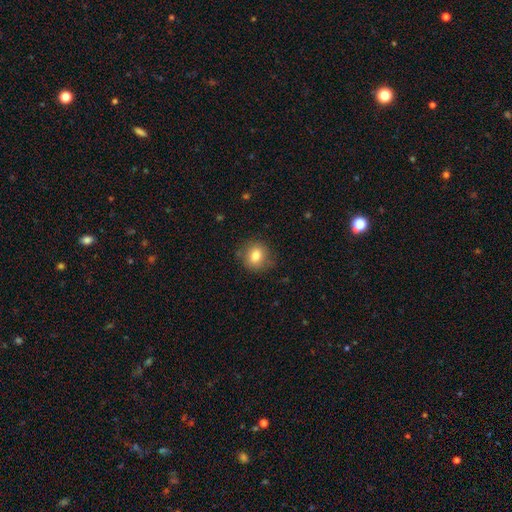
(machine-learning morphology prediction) Q: Smooth or featured?
A: smooth (80%); runner-up: featured or disk (11%)
Q: How rounded?
A: round (79%); runner-up: in between (20%)
Q: Merging?
A: none (81%); runner-up: minor disturbance (14%)